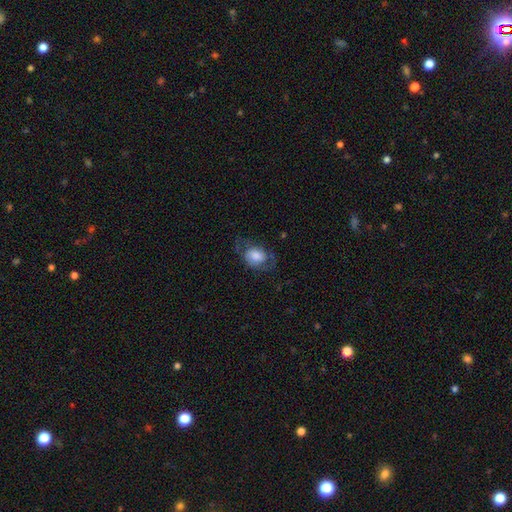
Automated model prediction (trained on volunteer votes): smooth-or-featured: smooth: 56% | featured or disk: 36% | star or artifact: 8%
  how-rounded: in between: 65% | round: 33% | cigar-shaped: 1%
  merging: none: 51% | minor disturbance: 25% | major disturbance: 22% | merger: 1%